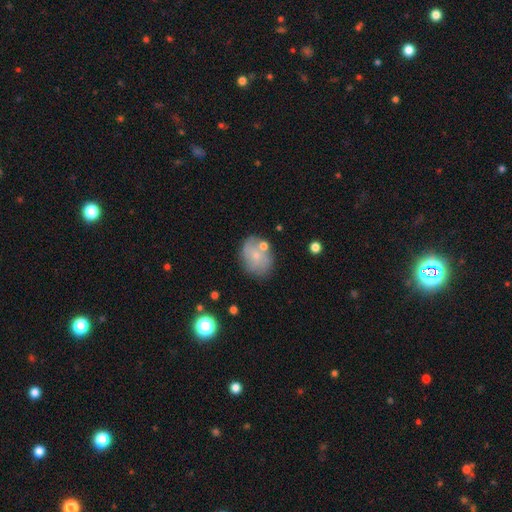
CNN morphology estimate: The model was most divided on "smooth or featured": smooth: 49%, featured or disk: 41%, star or artifact: 10%. More confident: merging — none (62%).